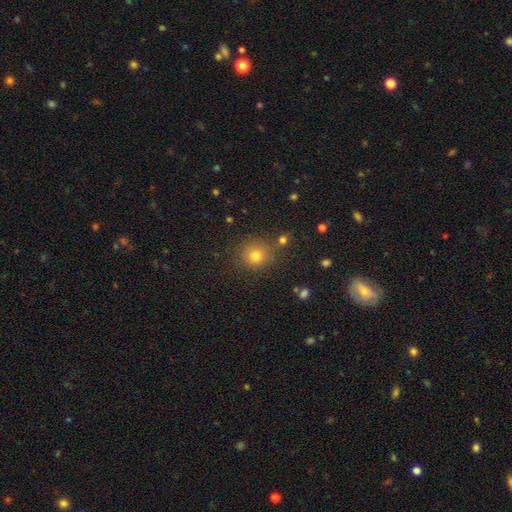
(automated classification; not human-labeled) This appears to be a smooth galaxy with no disk features (76%) that is round (90%). Merging: none (80%).